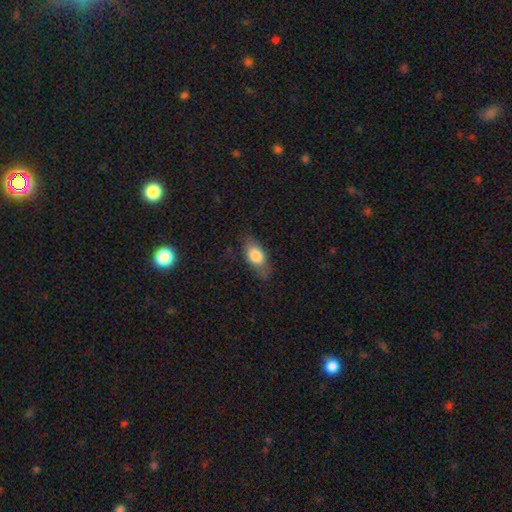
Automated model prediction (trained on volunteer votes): smooth 75%, featured or disk 18%, star or artifact 7%. Down the decision tree: how rounded — in between (84%); merging — none (72%).